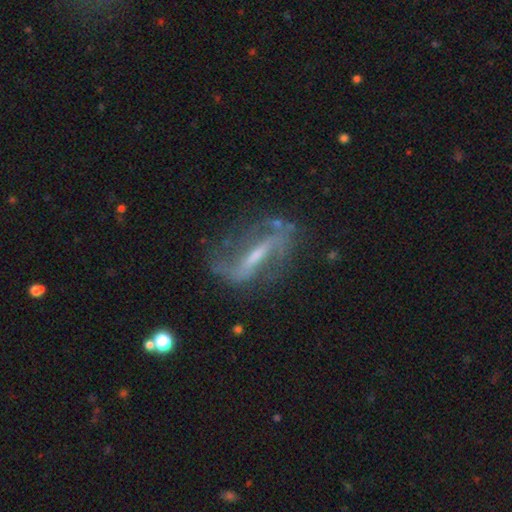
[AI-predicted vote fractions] Smooth or featured? Predicted: featured or disk (p=0.79). Edge-on disk? Predicted: no (p=0.79). Bar? Predicted: strong (p=0.64). Spiral arms? Predicted: yes (p=0.83). Spiral winding? Predicted: loose (p=0.55). Spiral arm count? Predicted: 2 (p=0.82). Bulge size? Predicted: small (p=0.45). Merging? Predicted: none (p=0.61).